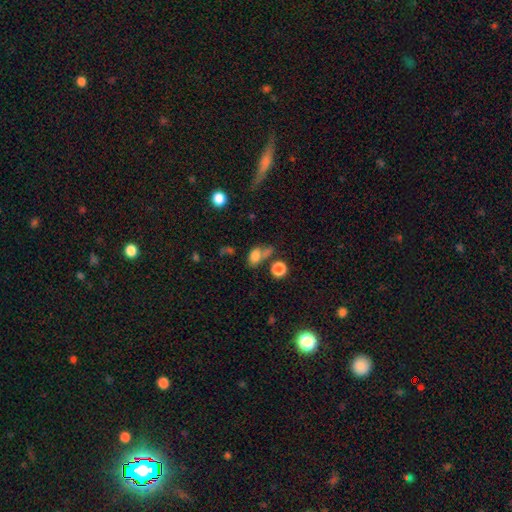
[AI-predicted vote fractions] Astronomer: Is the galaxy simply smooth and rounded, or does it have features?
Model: smooth — 73%.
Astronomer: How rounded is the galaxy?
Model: in between — 73%.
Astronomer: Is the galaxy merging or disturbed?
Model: none — 37% (runner-up: merger, 29%).